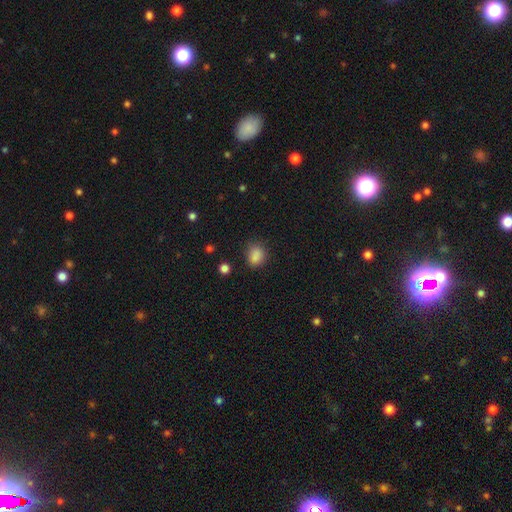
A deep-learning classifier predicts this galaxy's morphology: Q: Smooth or featured?
A: smooth (84%); runner-up: star or artifact (11%)
Q: How rounded?
A: round (52%); runner-up: in between (47%)
Q: Merging?
A: none (75%); runner-up: minor disturbance (17%)